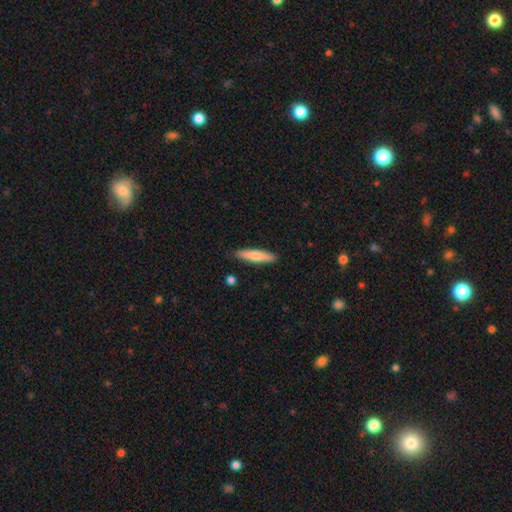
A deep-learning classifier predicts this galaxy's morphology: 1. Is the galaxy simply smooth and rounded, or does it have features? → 70% smooth, 25% featured or disk, 5% star or artifact.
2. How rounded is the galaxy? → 84% cigar-shaped, 15% in between, 1% round.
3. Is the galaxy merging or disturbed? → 89% none, 8% minor disturbance, 2% major disturbance, 1% merger.